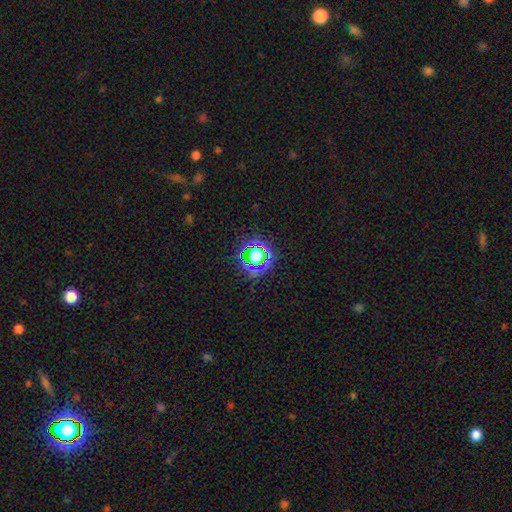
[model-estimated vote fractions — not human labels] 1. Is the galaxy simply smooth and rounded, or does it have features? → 60% star or artifact, 28% smooth, 13% featured or disk.